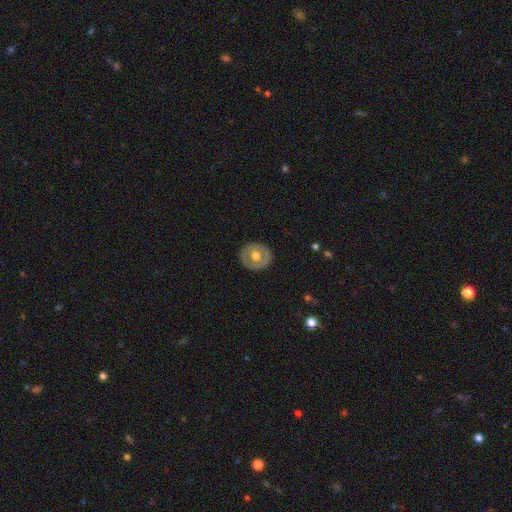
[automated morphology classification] Smooth or featured: featured or disk — 48% (smooth — 47%)
Merging: none — 87% (minor disturbance — 10%)